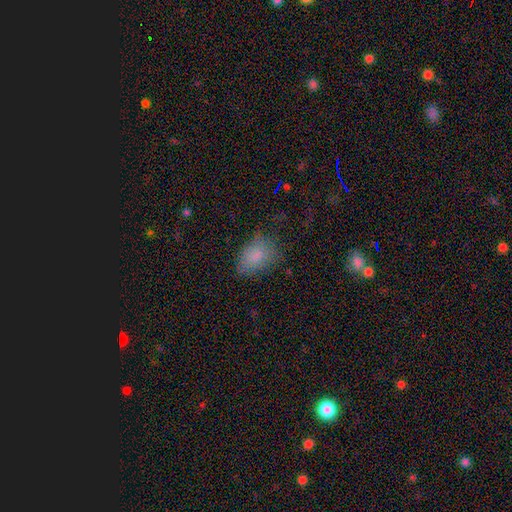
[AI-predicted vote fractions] smooth_or_featured: smooth (p=0.80) [alt: star or artifact p=0.11]
how_rounded: in between (p=0.85) [alt: round p=0.14]
merging: none (p=0.57) [alt: minor disturbance p=0.29]